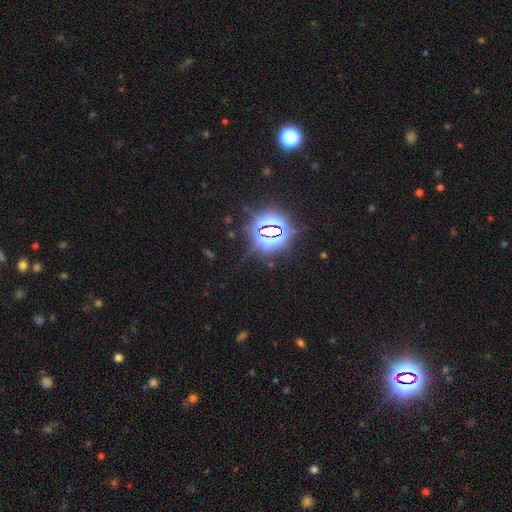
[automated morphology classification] A star or artifact, not a galaxy (80%).